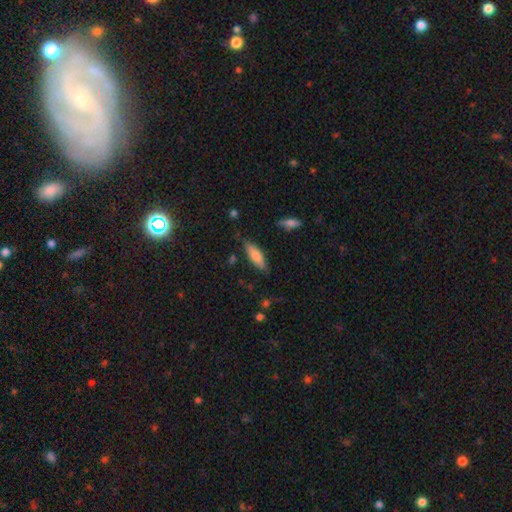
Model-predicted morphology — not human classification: A smooth galaxy with no disk features (77%) that is in between round and cigar-shaped (52%). Merging: none (79%).